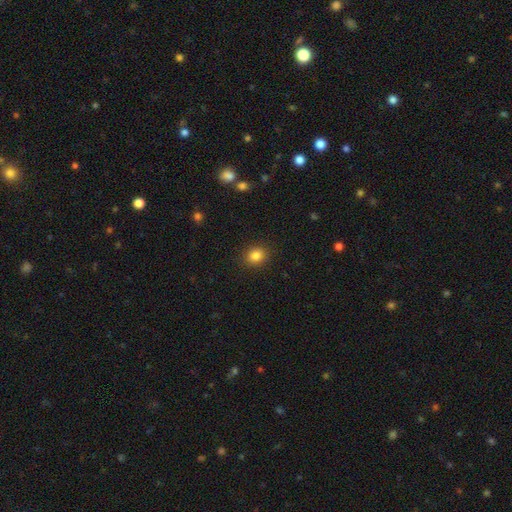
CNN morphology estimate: smooth_or_featured: smooth (p=0.84) [alt: star or artifact p=0.11]
how_rounded: round (p=0.66) [alt: in between p=0.33]
merging: none (p=0.90) [alt: minor disturbance p=0.07]